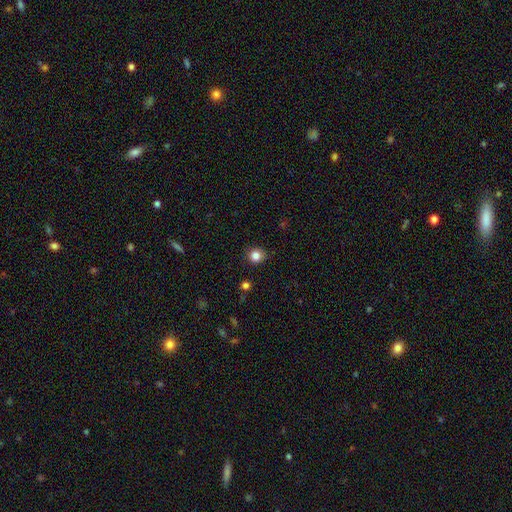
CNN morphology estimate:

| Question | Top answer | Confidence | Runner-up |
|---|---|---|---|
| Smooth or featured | smooth | 83% | star or artifact (12%) |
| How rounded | round | 85% | in between (14%) |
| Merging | none | 90% | minor disturbance (7%) |